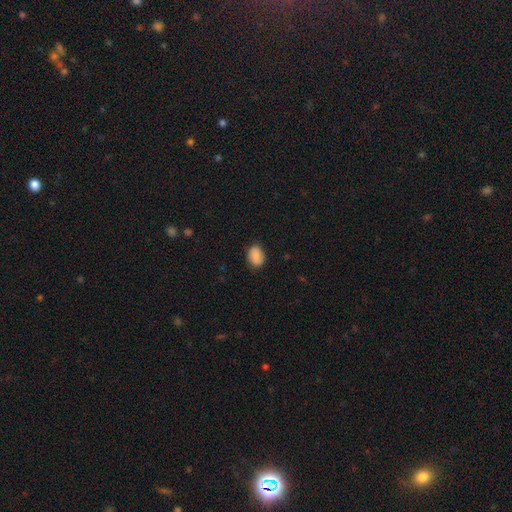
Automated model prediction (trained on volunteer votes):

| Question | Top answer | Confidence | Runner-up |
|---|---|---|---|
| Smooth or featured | smooth | 87% | star or artifact (8%) |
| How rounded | in between | 77% | round (22%) |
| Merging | none | 80% | minor disturbance (15%) |